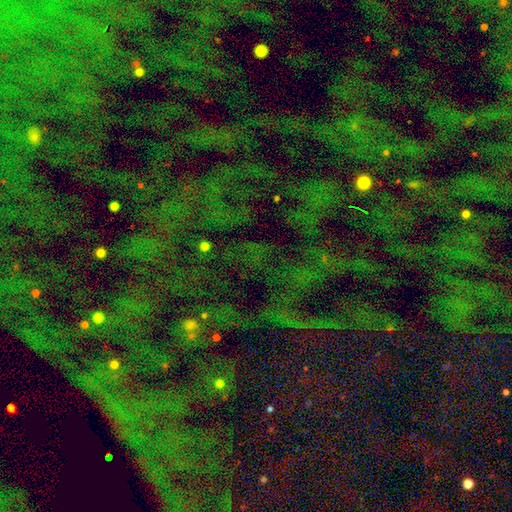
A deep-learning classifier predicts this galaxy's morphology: Smooth or featured? Predicted: star or artifact (p=0.73).